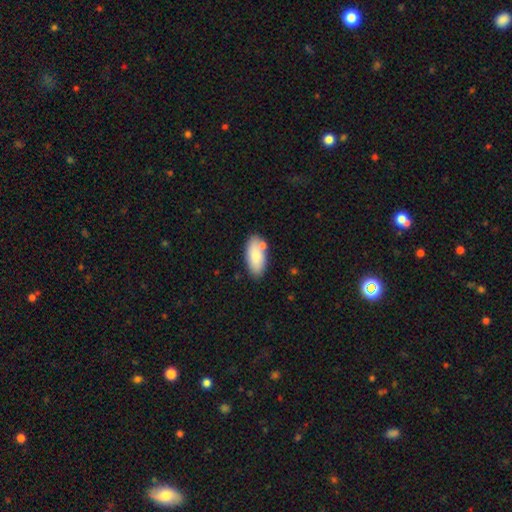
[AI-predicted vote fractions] Smooth or featured: smooth — 81% (featured or disk — 13%)
How rounded: in between — 91% (cigar-shaped — 7%)
Merging: none — 73% (minor disturbance — 15%)